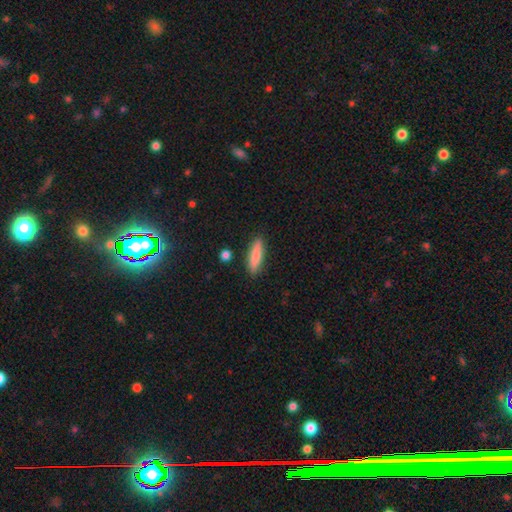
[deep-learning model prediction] The model was most divided on "how rounded": cigar-shaped: 74%, in between: 24%, round: 2%. More confident: merging — none (87%); smooth or featured — smooth (81%).